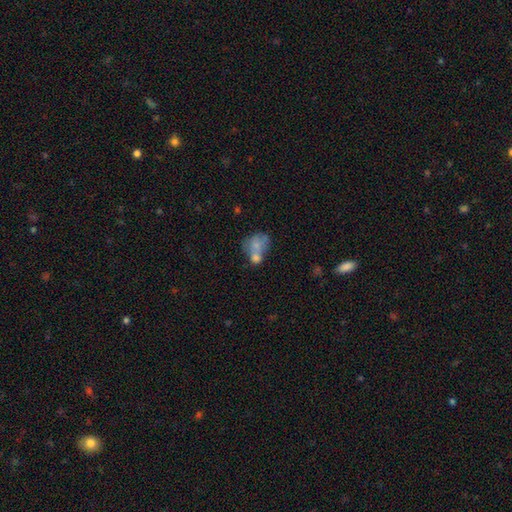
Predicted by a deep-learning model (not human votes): Smooth or featured? Predicted: smooth (p=0.61). How rounded? Predicted: in between (p=0.63). Merging? Predicted: merger (p=0.53).